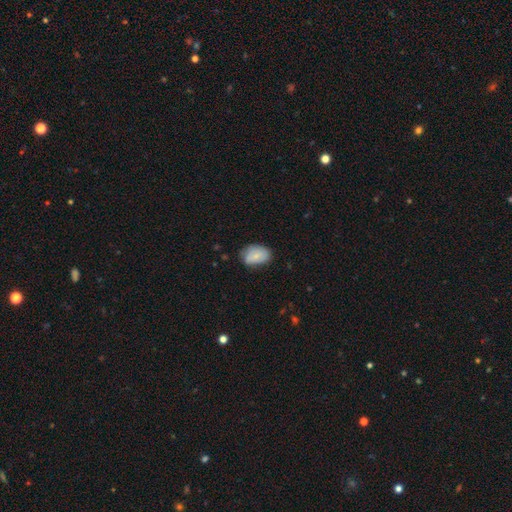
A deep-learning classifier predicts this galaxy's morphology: Smooth or featured? smooth (75%)
How rounded? in between (85%)
Merging? none (63%)